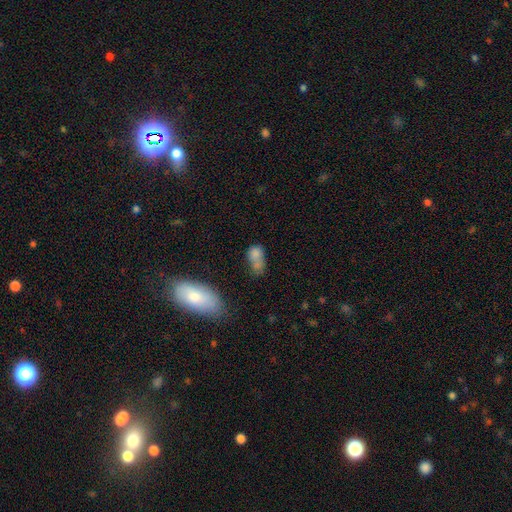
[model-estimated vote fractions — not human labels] Q: Smooth or featured?
A: smooth (74%); runner-up: featured or disk (14%)
Q: How rounded?
A: in between (73%); runner-up: round (22%)
Q: Merging?
A: merger (44%); runner-up: none (26%)